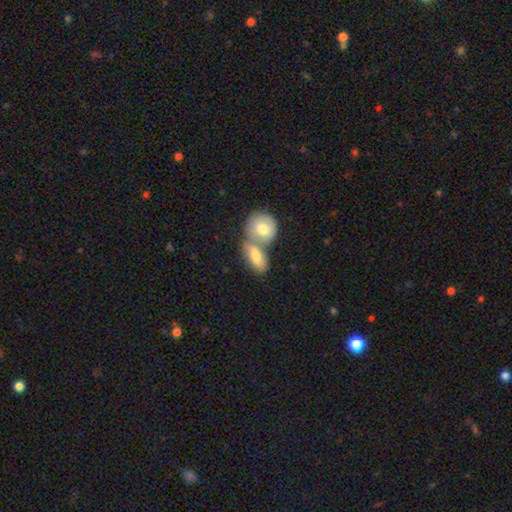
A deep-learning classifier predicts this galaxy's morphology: The model was most divided on "merging": merger: 59%, none: 29%, minor disturbance: 8%, major disturbance: 4%. More confident: how rounded — in between (78%); smooth or featured — smooth (74%).